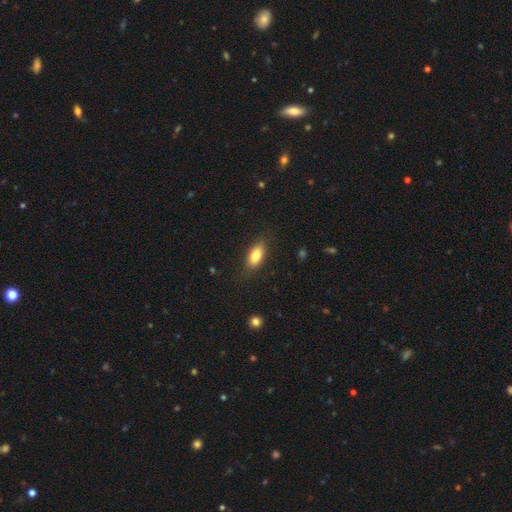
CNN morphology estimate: smooth 83%, featured or disk 10%, star or artifact 7%. Down the decision tree: how rounded — in between (86%); merging — none (82%).